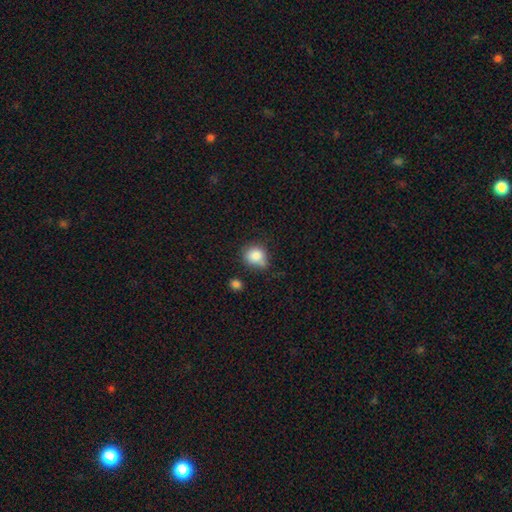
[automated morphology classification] smooth_or_featured: smooth (p=0.84) [alt: star or artifact p=0.09]
how_rounded: round (p=0.75) [alt: in between p=0.24]
merging: none (p=0.56) [alt: minor disturbance p=0.26]